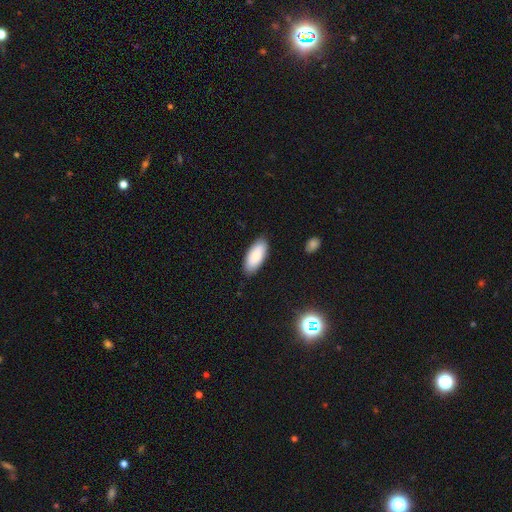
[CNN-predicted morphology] A smooth galaxy with no disk features (88%) that is in between round and cigar-shaped (87%). Merging: none (87%).